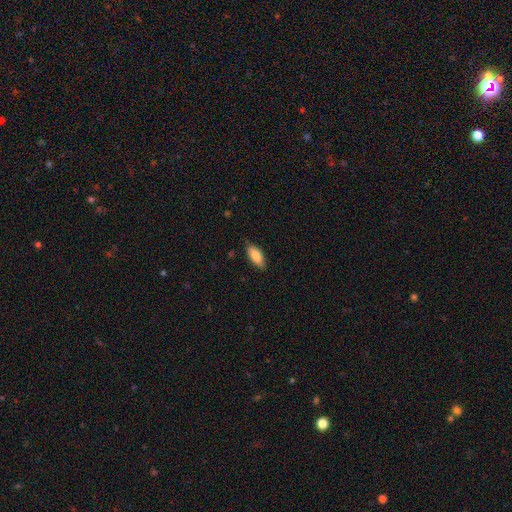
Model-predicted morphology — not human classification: smooth_or_featured: smooth (p=0.85) [alt: featured or disk p=0.09]
how_rounded: in between (p=0.80) [alt: cigar-shaped p=0.19]
merging: none (p=0.82) [alt: minor disturbance p=0.14]